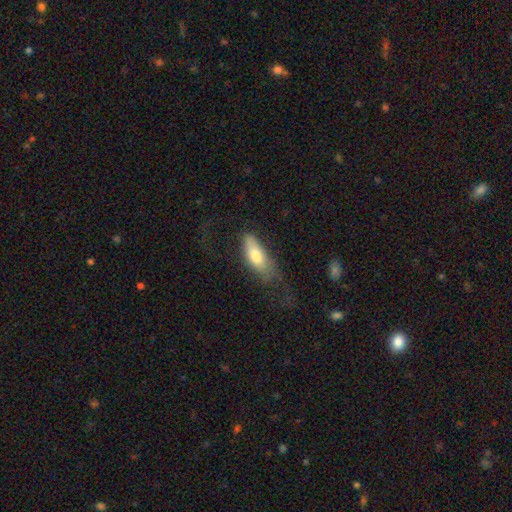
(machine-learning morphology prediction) Smooth or featured? smooth (71%)
How rounded? in between (72%)
Merging? none (46%)